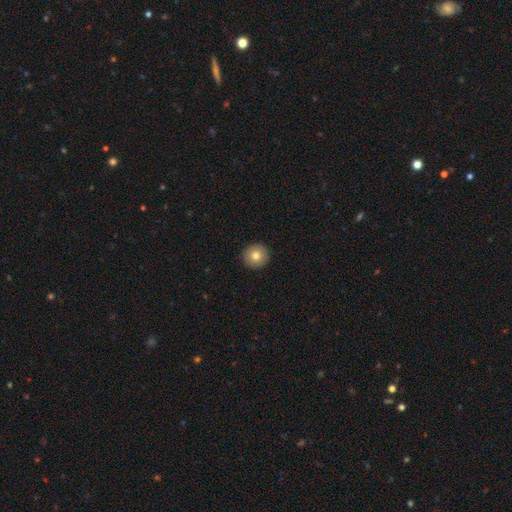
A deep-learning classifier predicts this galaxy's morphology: smooth 79%, featured or disk 12%, star or artifact 9%. Down the decision tree: how rounded — round (95%); merging — none (93%).